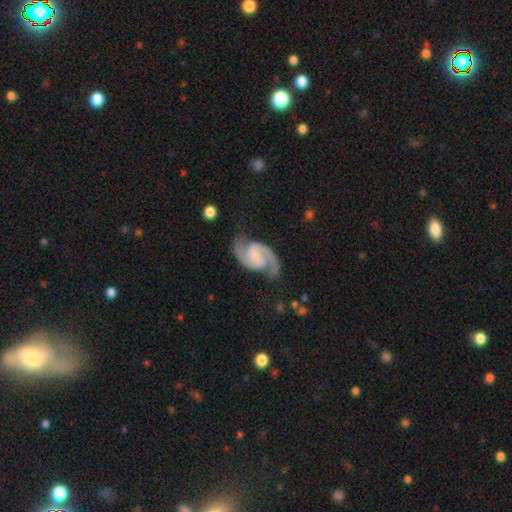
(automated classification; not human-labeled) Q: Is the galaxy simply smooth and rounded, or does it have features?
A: featured or disk — 91%.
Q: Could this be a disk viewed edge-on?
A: no — 98%.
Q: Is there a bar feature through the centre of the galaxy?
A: weak — 50%.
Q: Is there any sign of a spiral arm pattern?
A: yes — 98%.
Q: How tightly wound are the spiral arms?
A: medium — 60%.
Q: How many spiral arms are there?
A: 2 — 94%.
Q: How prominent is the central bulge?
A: small — 49%.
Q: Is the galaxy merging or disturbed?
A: none — 77%.